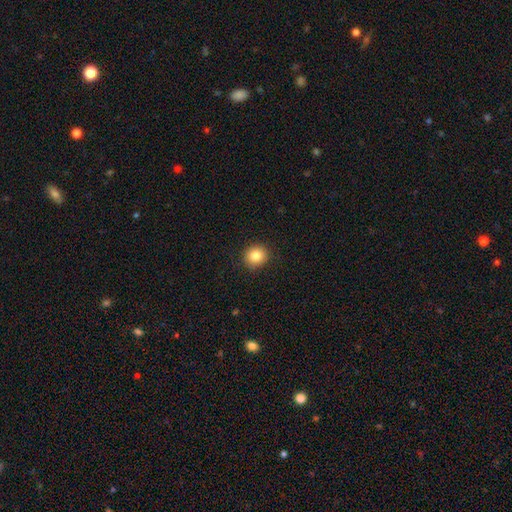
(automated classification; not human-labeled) Smooth or featured: smooth — 84% (star or artifact — 10%)
How rounded: round — 88% (in between — 11%)
Merging: none — 89% (minor disturbance — 8%)